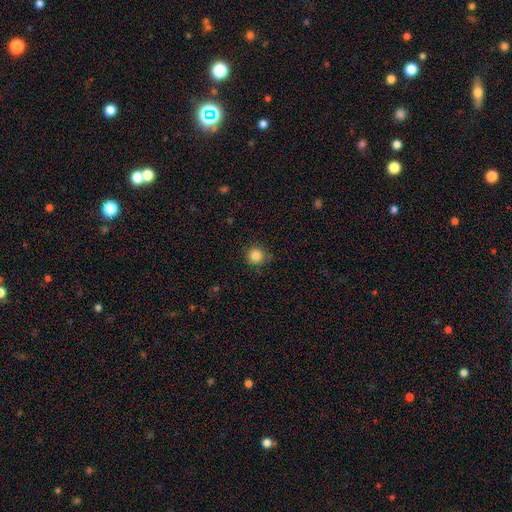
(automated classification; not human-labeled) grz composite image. It shows a smooth galaxy with no disk features (85%) that is round (94%). Merging: none (85%).